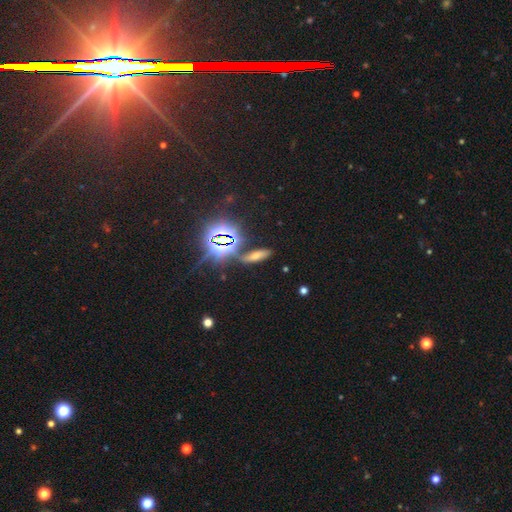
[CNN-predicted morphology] A smooth galaxy with no disk features (47%).

Vote fractions:
- Smooth or featured? smooth: 47% / star or artifact: 38% / featured or disk: 15%
- Merging? none: 71% / minor disturbance: 14% / merger: 9% / major disturbance: 6%